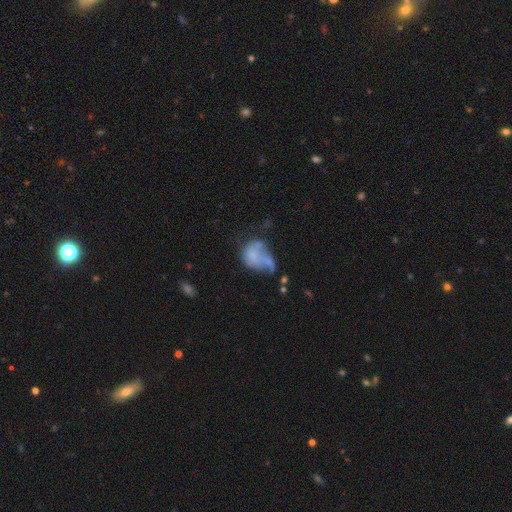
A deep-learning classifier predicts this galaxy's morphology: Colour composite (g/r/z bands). It shows a smooth galaxy with no disk features (51%) that is in between round and cigar-shaped (65%). Merging: major disturbance (30%).